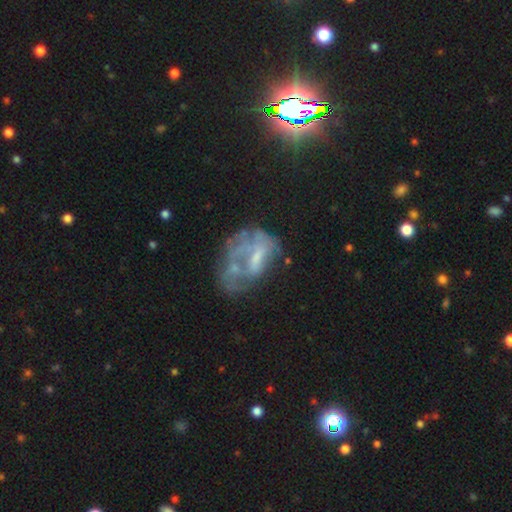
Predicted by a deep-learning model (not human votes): The model was most divided on "merging": major disturbance: 37%, none: 30%, minor disturbance: 19%, merger: 15%. Remaining: edge-on disk — no (97%); spiral arms — no (74%); bar — no (62%); smooth or featured — featured or disk (59%); bulge size — none (40%).